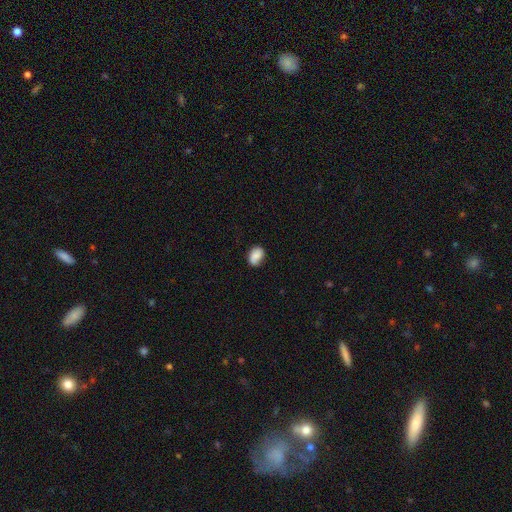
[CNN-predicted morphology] Q: Smooth or featured?
A: smooth (77%); runner-up: featured or disk (15%)
Q: How rounded?
A: in between (75%); runner-up: round (24%)
Q: Merging?
A: none (67%); runner-up: minor disturbance (25%)